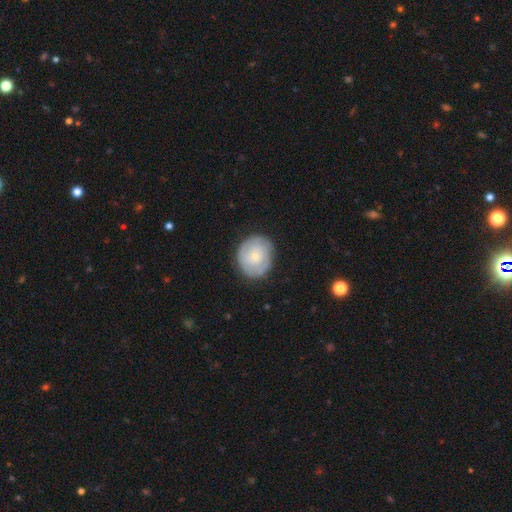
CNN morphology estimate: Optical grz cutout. It shows a featured or disk galaxy (50%). Merging: none (80%).